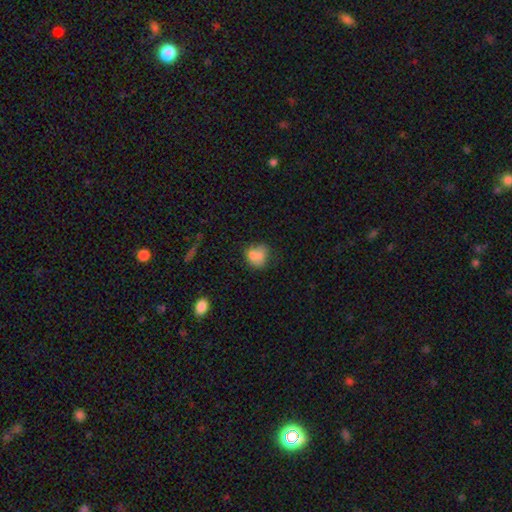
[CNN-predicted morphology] Overall: smooth (71%). How rounded: round (55%; in between 43%). Merging: none (37%; merger 34%).